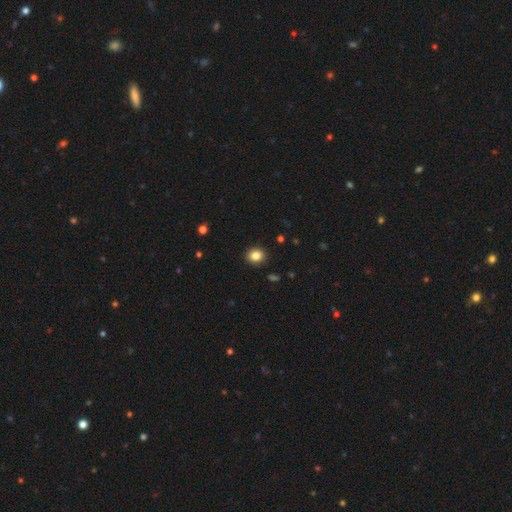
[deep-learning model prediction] A smooth galaxy with no disk features (84%) that is round (74%). Merging: none (92%).